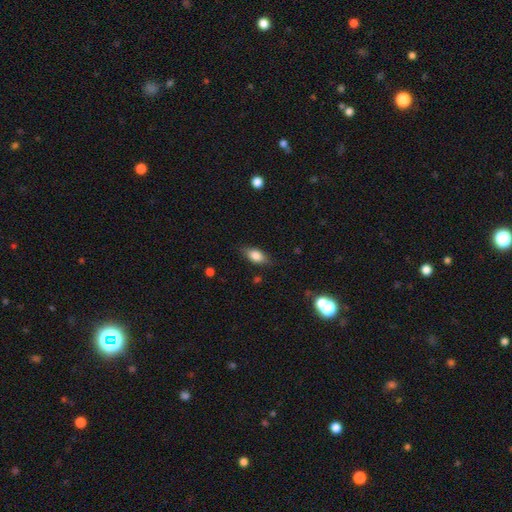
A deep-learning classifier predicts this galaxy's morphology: A smooth galaxy with no disk features (75%) that is in between round and cigar-shaped (83%).

Vote fractions:
- Smooth or featured? smooth: 75% / featured or disk: 17% / star or artifact: 8%
- How rounded? in between: 83% / cigar-shaped: 10% / round: 7%
- Merging? none: 78% / minor disturbance: 16% / major disturbance: 4% / merger: 1%